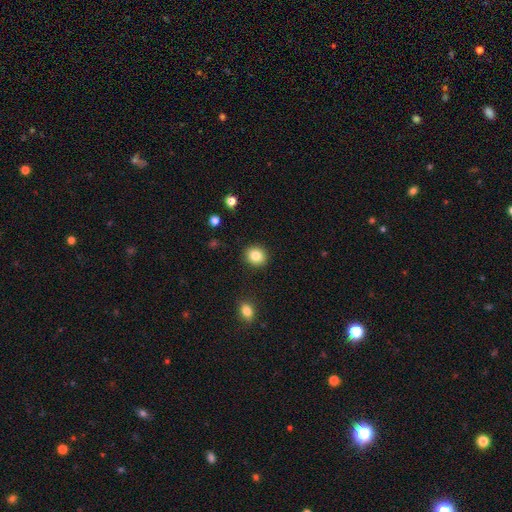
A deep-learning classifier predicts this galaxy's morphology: Smooth or featured?
  - smooth: 84% *
  - star or artifact: 10%
  - featured or disk: 6%
How rounded?
  - round: 79% *
  - in between: 20%
  - cigar-shaped: 1%
Merging?
  - none: 91% *
  - minor disturbance: 6%
  - major disturbance: 2%
  - merger: 1%